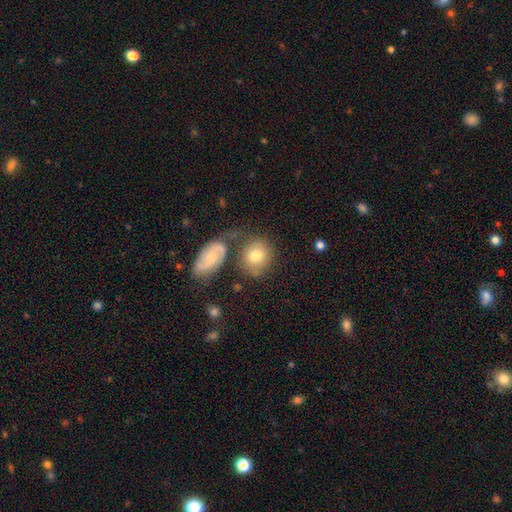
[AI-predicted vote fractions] Smooth or featured? smooth (72%)
How rounded? round (69%)
Merging? none (58%)